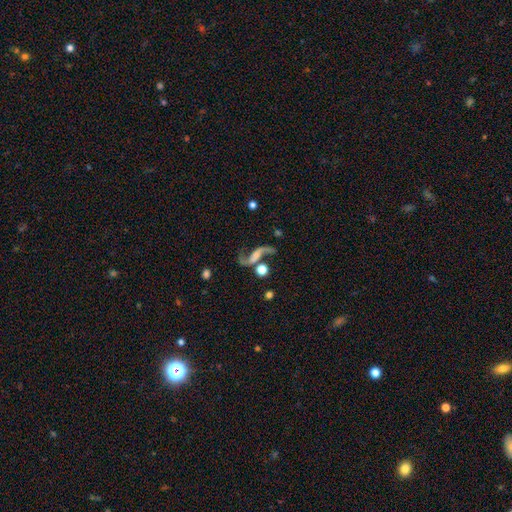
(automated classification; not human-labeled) Smooth or featured? featured or disk (84%)
Edge-on disk? no (96%)
Bar? no (42%)
Spiral arms? yes (95%)
Spiral winding? loose (89%)
Spiral arm count? 2 (92%)
Bulge size? none (43%)
Merging? none (58%)